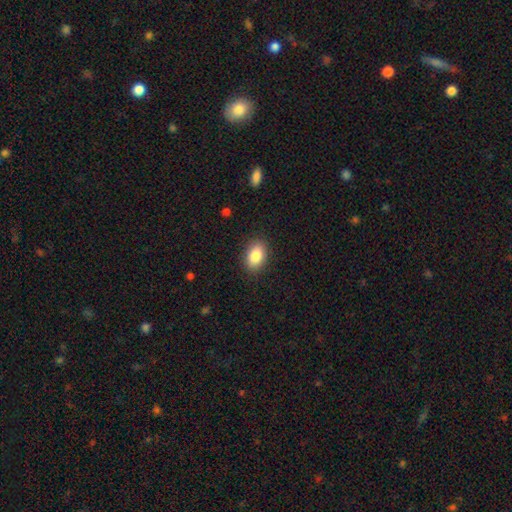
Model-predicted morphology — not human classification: Overall: smooth (85%). How rounded: in between (85%). Merging: none (87%).